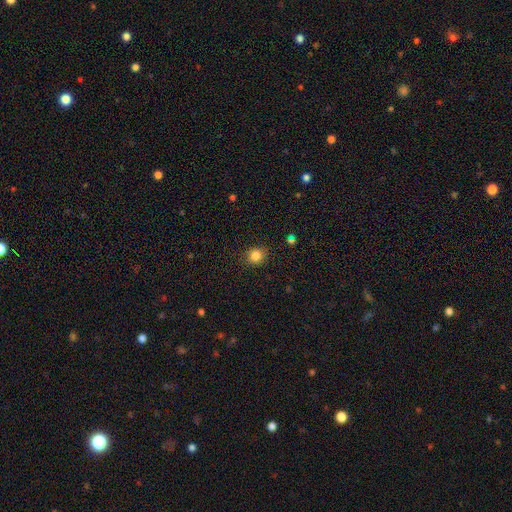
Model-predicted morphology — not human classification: smooth-or-featured: smooth: 84% | star or artifact: 12% | featured or disk: 5%
  how-rounded: round: 82% | in between: 17% | cigar-shaped: 1%
  merging: none: 87% | minor disturbance: 9% | major disturbance: 2% | merger: 1%